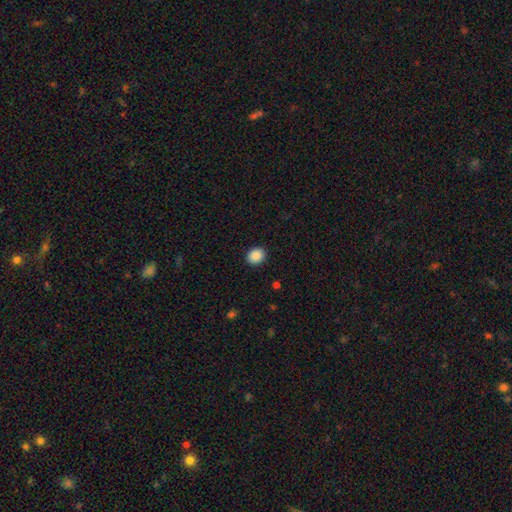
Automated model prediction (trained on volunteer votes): smooth-or-featured: smooth: 89% | star or artifact: 8% | featured or disk: 3%
  how-rounded: round: 62% | in between: 38% | cigar-shaped: 1%
  merging: none: 91% | minor disturbance: 6% | major disturbance: 2% | merger: 1%